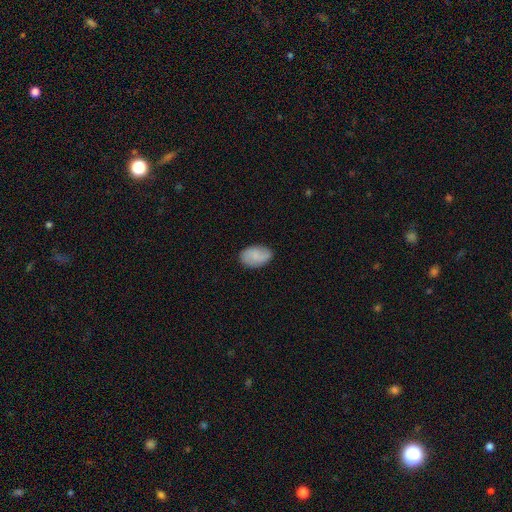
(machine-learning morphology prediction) Smooth or featured: smooth — 77% (featured or disk — 16%)
How rounded: in between — 90% (round — 8%)
Merging: none — 82% (minor disturbance — 14%)